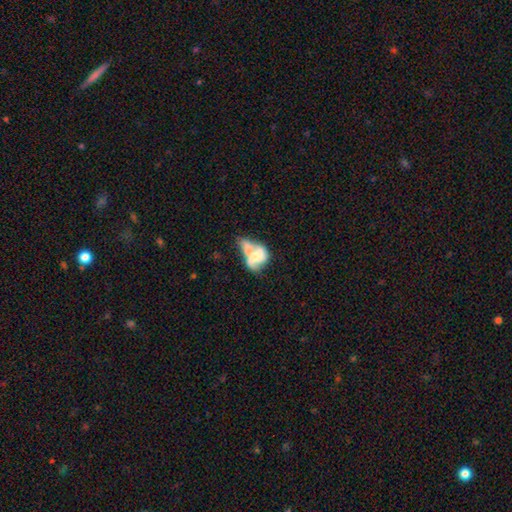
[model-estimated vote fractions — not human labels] This appears to be a smooth galaxy with no disk features (46%). Merging: merger (58%).